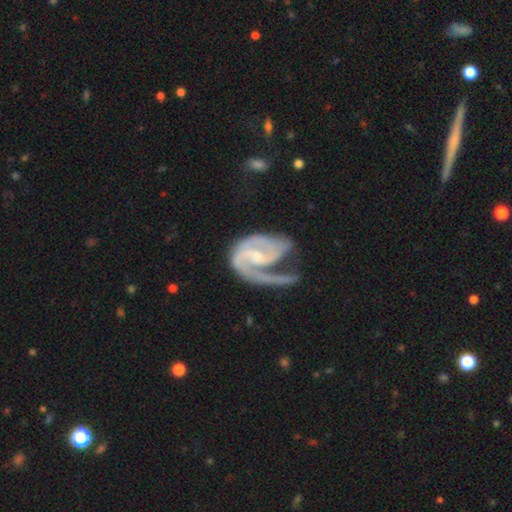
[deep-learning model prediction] This is clearly a featured or disk galaxy (88%). It is clearly not viewed edge-on (98%). Bar: marginally weak (45%). Spiral arm pattern: clearly yes (96%). Spiral arm count: possibly 2 (50%). Spiral winding: possibly medium (46%). Central bulge: possibly small (60%). Merging: marginally major disturbance (42%).